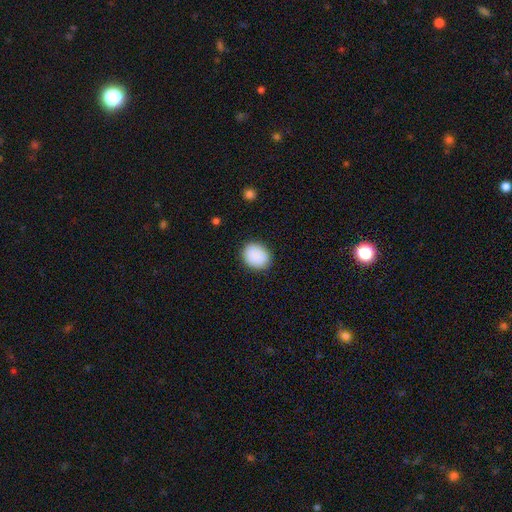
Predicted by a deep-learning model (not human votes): Smooth or featured?
  - smooth: 89% *
  - star or artifact: 7%
  - featured or disk: 3%
How rounded?
  - round: 58% *
  - in between: 41%
  - cigar-shaped: 1%
Merging?
  - none: 87% *
  - minor disturbance: 9%
  - major disturbance: 2%
  - merger: 1%